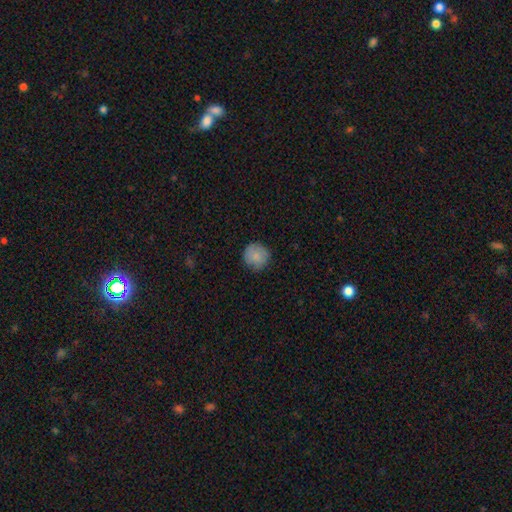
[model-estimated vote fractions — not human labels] This is clearly a smooth galaxy (85%). How rounded: clearly round (94%). Merging: clearly none (86%).